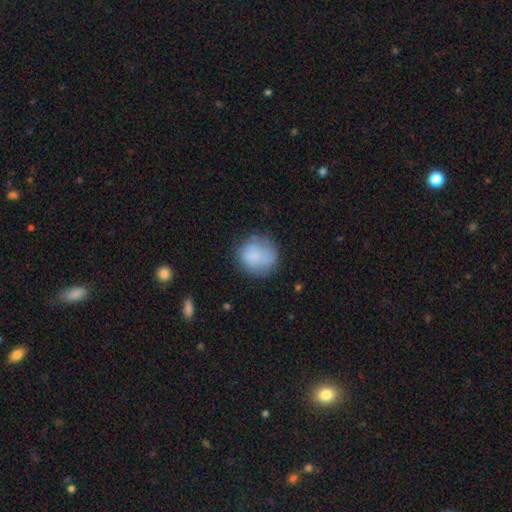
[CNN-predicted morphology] A smooth galaxy with no disk features (80%) that is round (82%).

Vote fractions:
- Smooth or featured? smooth: 80% / featured or disk: 12% / star or artifact: 8%
- How rounded? round: 82% / in between: 17% / cigar-shaped: 1%
- Merging? none: 65% / minor disturbance: 23% / major disturbance: 9% / merger: 3%